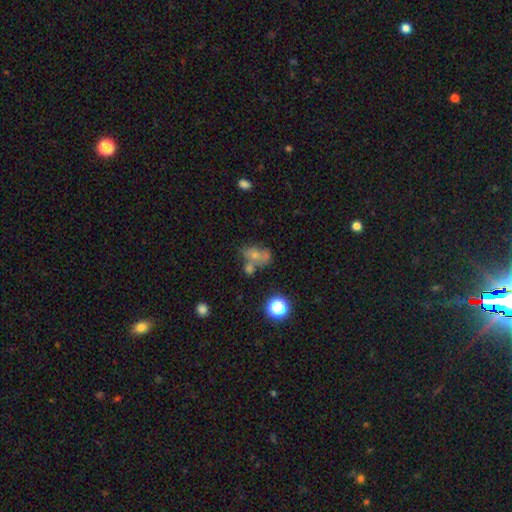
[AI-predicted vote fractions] The model was most divided on "merging": merger: 44%, none: 29%, minor disturbance: 14%, major disturbance: 12%. More confident: how rounded — in between (60%); smooth or featured — smooth (56%).